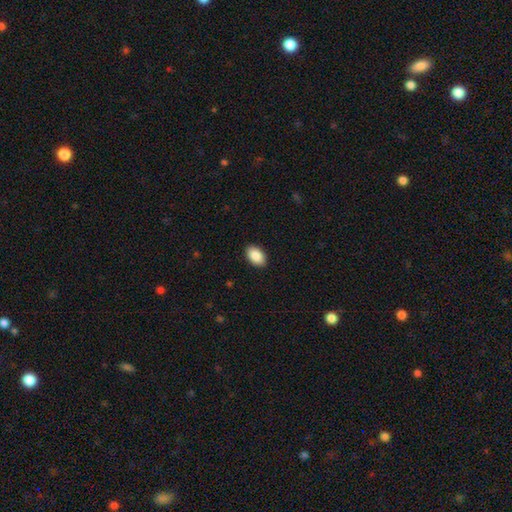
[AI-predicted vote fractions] Overall: smooth (89%). How rounded: in between (91%). Merging: none (91%).